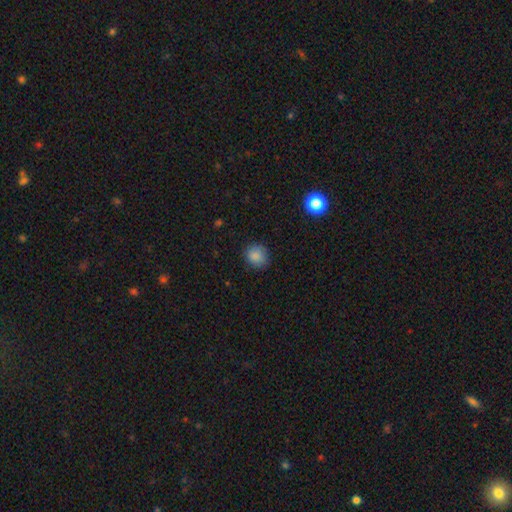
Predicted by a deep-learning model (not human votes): This is clearly a smooth galaxy (86%). How rounded: clearly round (81%). Merging: clearly none (84%).